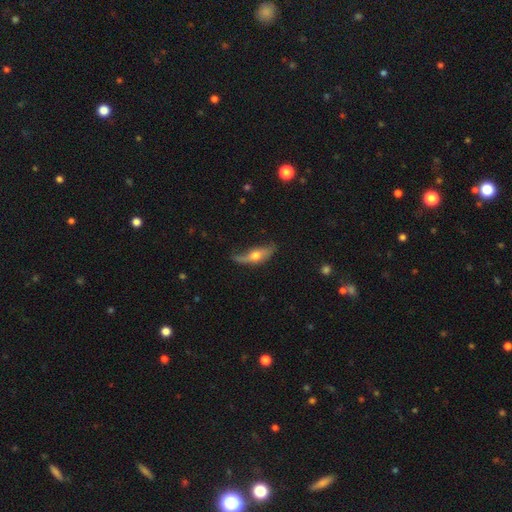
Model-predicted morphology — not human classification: This appears to be a featured or disk galaxy (54%) viewed edge-on (58%). Merging: none (47%).